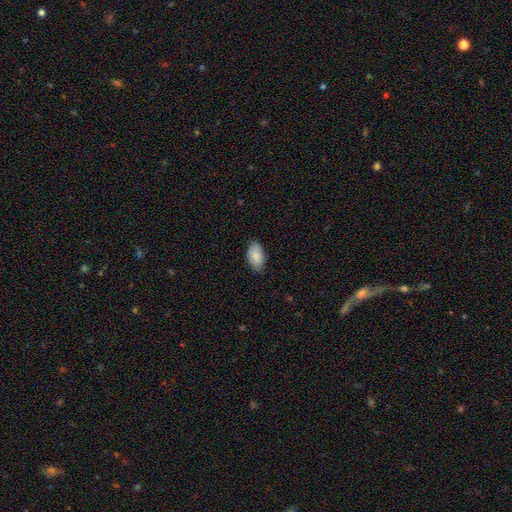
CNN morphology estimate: smooth 87%, featured or disk 7%, star or artifact 6%. Down the decision tree: how rounded — in between (94%); merging — none (81%).